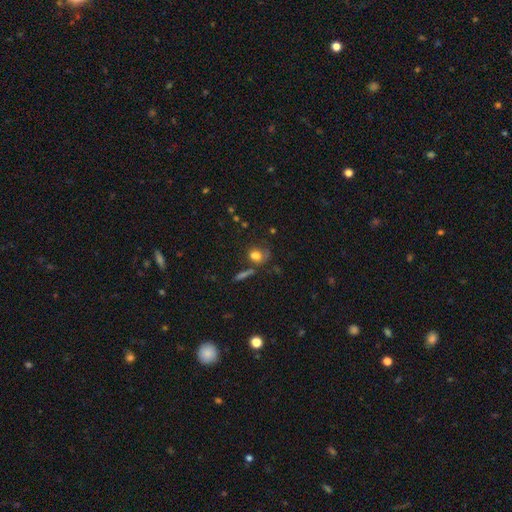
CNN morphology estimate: smooth 70%, featured or disk 17%, star or artifact 13%. Down the decision tree: how rounded — round (55%); merging — none (46%).